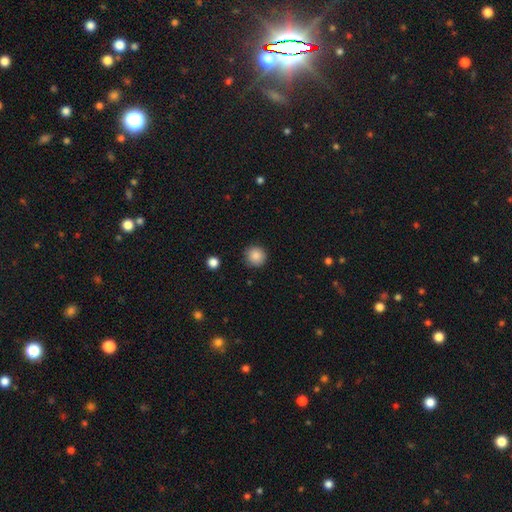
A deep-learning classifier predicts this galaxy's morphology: This appears to be a smooth galaxy with no disk features (87%) that is round (94%). Merging: none (89%).